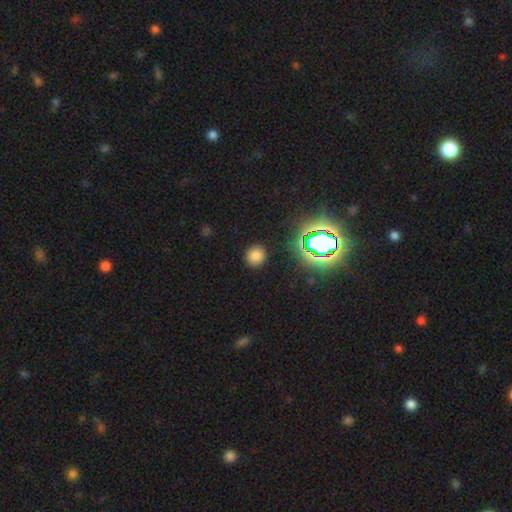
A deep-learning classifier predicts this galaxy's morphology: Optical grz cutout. It shows a smooth galaxy with no disk features (75%) that is round (85%). Merging: none (89%).